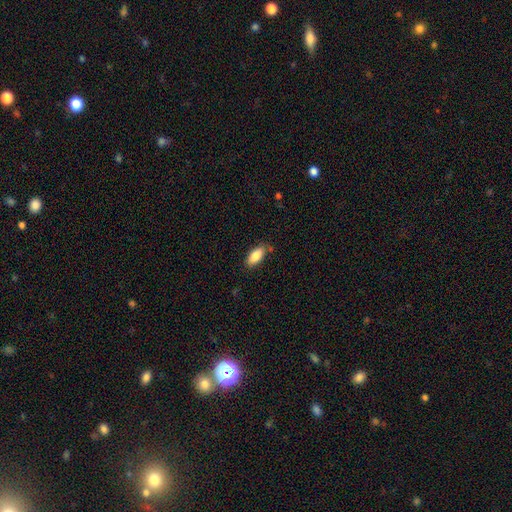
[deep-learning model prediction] The model was most divided on "merging": none: 79%, minor disturbance: 16%, major disturbance: 3%, merger: 3%. More confident: how rounded — in between (88%); smooth or featured — smooth (84%).